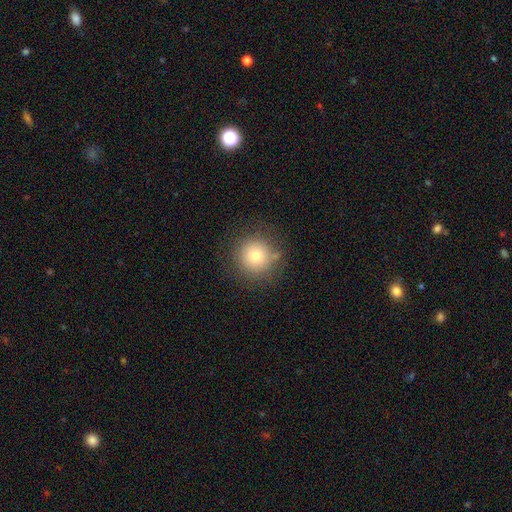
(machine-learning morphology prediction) Smooth or featured?
  - smooth: 74% *
  - star or artifact: 14%
  - featured or disk: 12%
How rounded?
  - round: 95% *
  - in between: 4%
  - cigar-shaped: 1%
Merging?
  - none: 83% *
  - minor disturbance: 10%
  - major disturbance: 4%
  - merger: 3%